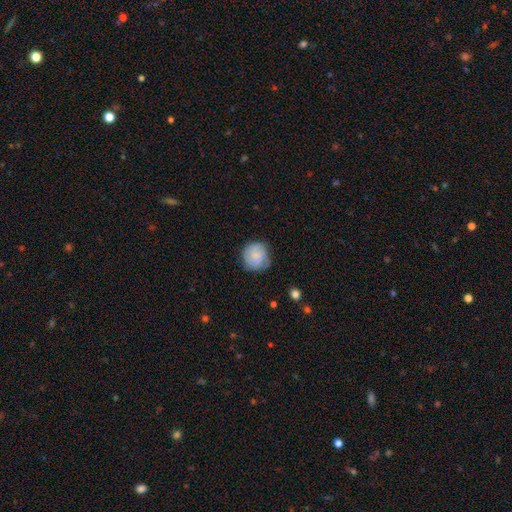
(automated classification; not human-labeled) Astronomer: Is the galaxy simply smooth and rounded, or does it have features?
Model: smooth — 66%.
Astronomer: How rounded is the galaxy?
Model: round — 87%.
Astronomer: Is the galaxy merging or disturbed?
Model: none — 65%.